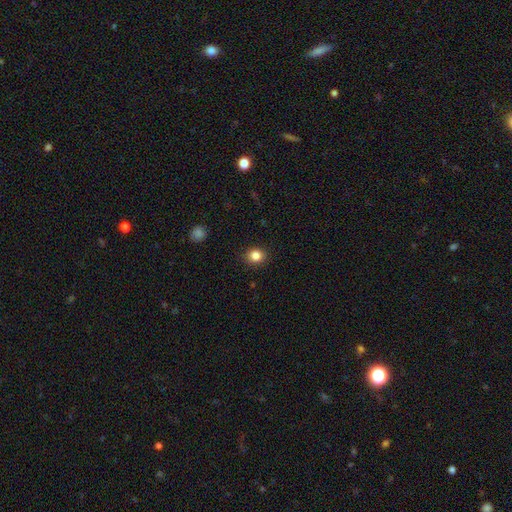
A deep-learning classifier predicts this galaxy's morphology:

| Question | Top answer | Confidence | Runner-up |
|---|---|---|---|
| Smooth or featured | smooth | 84% | star or artifact (11%) |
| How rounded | round | 71% | in between (28%) |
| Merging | none | 90% | minor disturbance (7%) |